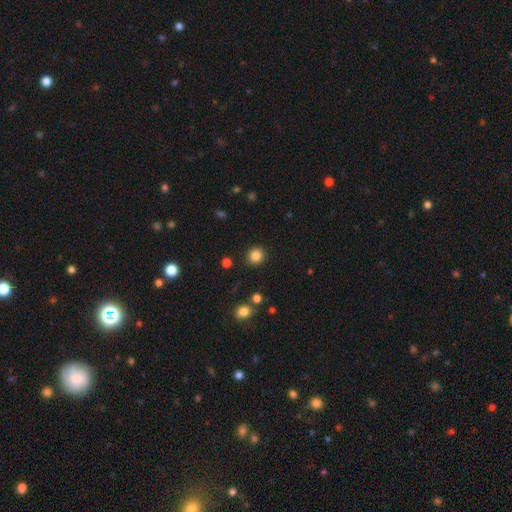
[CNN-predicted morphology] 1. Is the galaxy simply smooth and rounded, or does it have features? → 85% smooth, 11% star or artifact, 4% featured or disk.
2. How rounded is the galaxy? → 87% round, 12% in between, 1% cigar-shaped.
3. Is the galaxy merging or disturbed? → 89% none, 7% minor disturbance, 2% major disturbance, 2% merger.